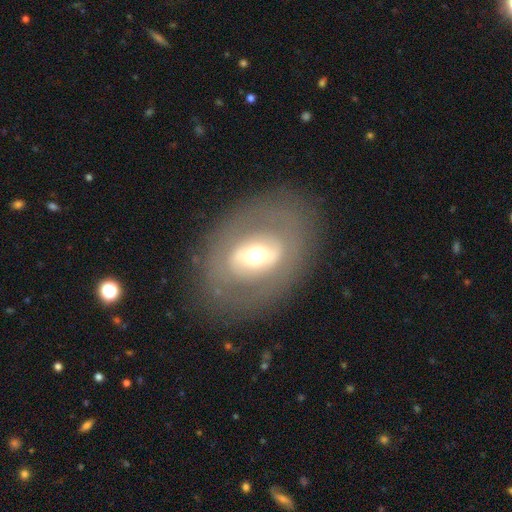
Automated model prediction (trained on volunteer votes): Overall: featured or disk (61%; smooth 32%). Edge-on disk: no (90%). Bar: strong (38%; weak 31%). Spiral arms: no (81%). Bulge size: moderate (63%). Merging: none (80%).